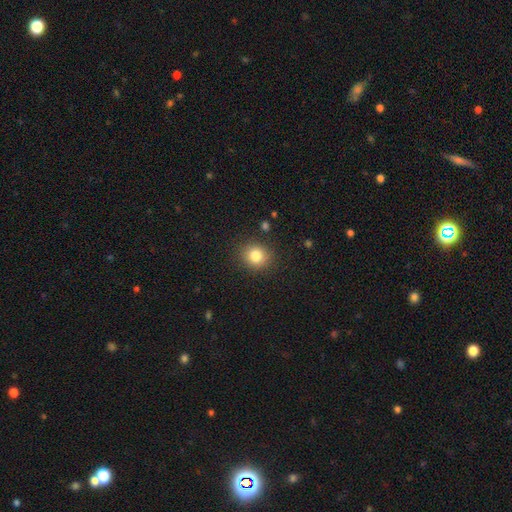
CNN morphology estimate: smooth 82%, star or artifact 11%, featured or disk 7%. Down the decision tree: how rounded — round (80%); merging — none (87%).